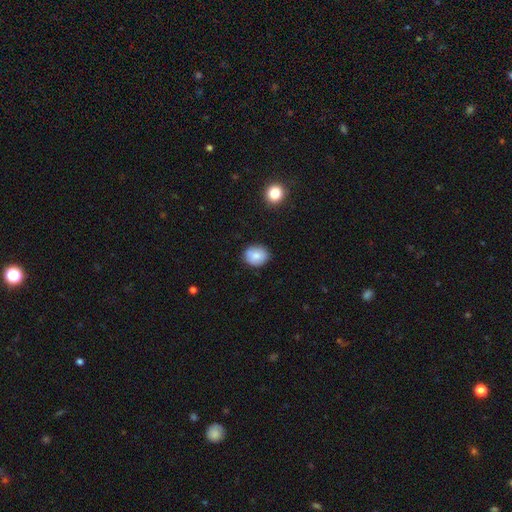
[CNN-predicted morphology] Smooth or featured?
  - smooth: 83% *
  - featured or disk: 9%
  - star or artifact: 8%
How rounded?
  - round: 64% *
  - in between: 35%
  - cigar-shaped: 1%
Merging?
  - none: 85% *
  - minor disturbance: 11%
  - major disturbance: 2%
  - merger: 1%